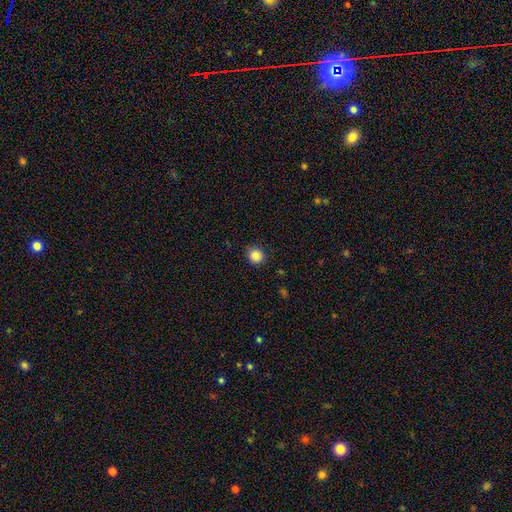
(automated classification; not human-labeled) smooth_or_featured: smooth (p=0.87) [alt: star or artifact p=0.10]
how_rounded: round (p=0.89) [alt: in between p=0.10]
merging: none (p=0.90) [alt: minor disturbance p=0.07]